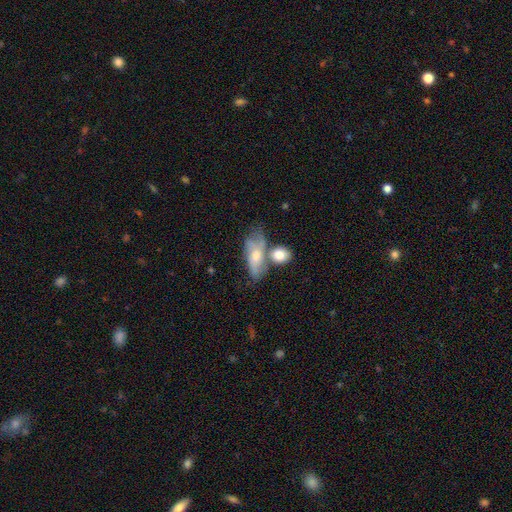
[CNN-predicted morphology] The model was most divided on "merging" (2-way tie): none: 36%, merger: 36%, minor disturbance: 18%, major disturbance: 10%. Remaining: smooth or featured — smooth (47%).